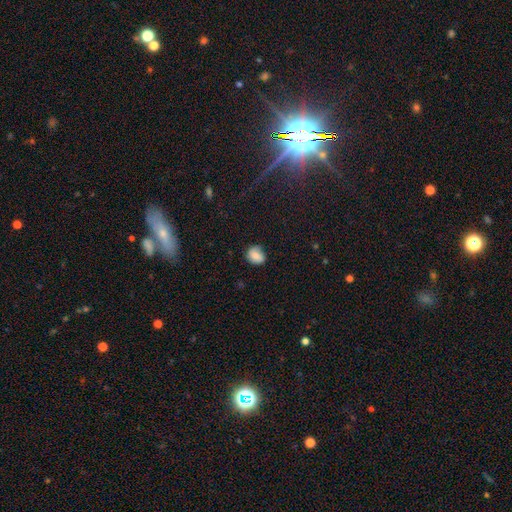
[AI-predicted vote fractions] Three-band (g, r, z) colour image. It shows a smooth galaxy with no disk features (80%) that is round (63%). Merging: none (70%).